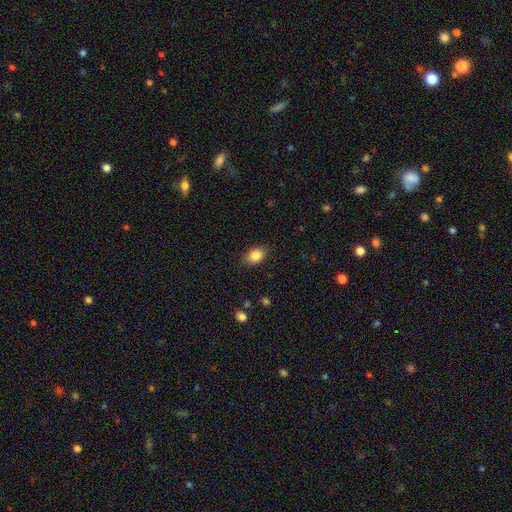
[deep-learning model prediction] Smooth or featured? smooth (85%)
How rounded? in between (69%)
Merging? none (85%)